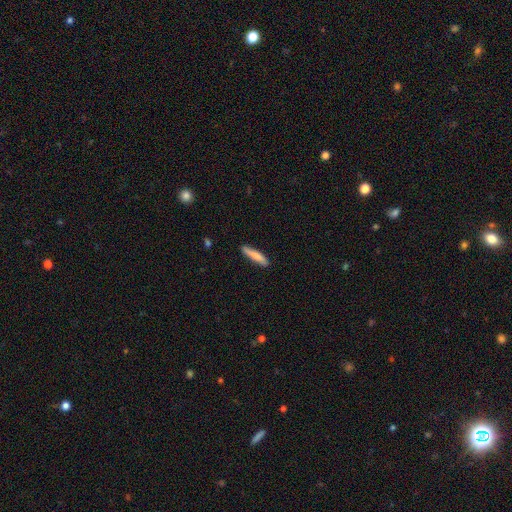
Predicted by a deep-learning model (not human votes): Smooth or featured?
  - smooth: 76% *
  - featured or disk: 18%
  - star or artifact: 6%
How rounded?
  - cigar-shaped: 88% *
  - in between: 10%
  - round: 1%
Merging?
  - none: 86% *
  - minor disturbance: 11%
  - major disturbance: 2%
  - merger: 1%